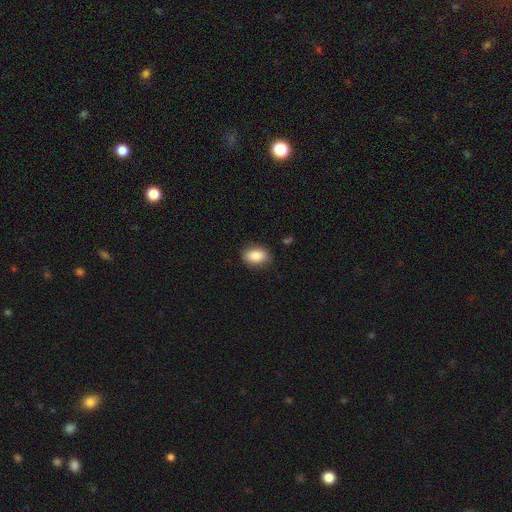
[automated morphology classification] This is clearly a smooth galaxy (87%). How rounded: clearly in between (83%). Merging: clearly none (85%).